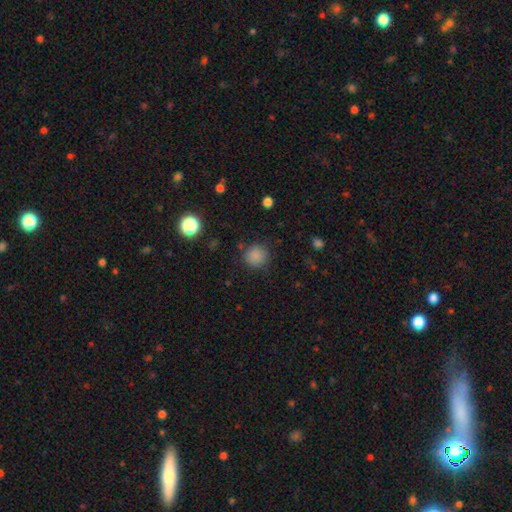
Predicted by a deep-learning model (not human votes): This appears to be a smooth galaxy with no disk features (83%) that is round (92%). Merging: none (85%).